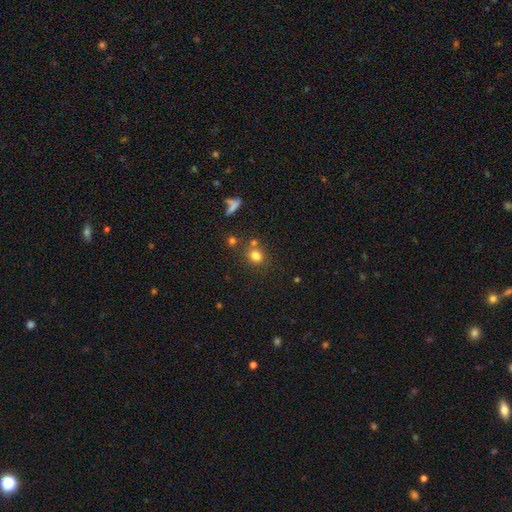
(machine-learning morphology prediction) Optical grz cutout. It shows a smooth galaxy with no disk features (77%) that is round (79%). Merging: none (66%).